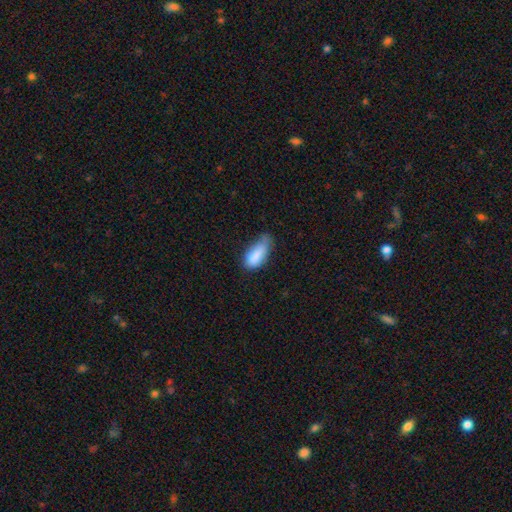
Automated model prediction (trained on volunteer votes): Smooth or featured? Predicted: smooth (p=0.82). How rounded? Predicted: in between (p=0.85). Merging? Predicted: minor disturbance (p=0.48).